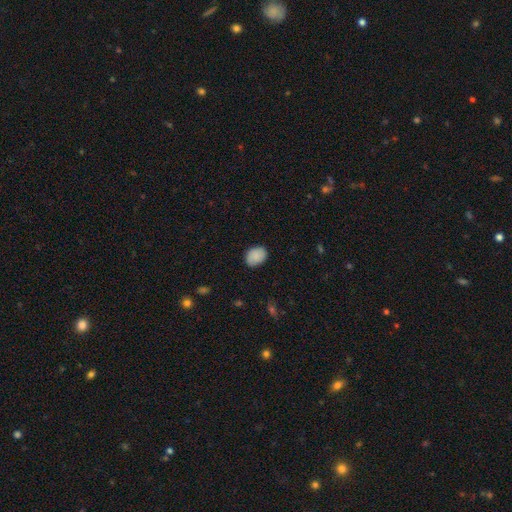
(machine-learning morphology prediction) smooth_or_featured: smooth (p=0.83) [alt: featured or disk p=0.09]
how_rounded: in between (p=0.63) [alt: round p=0.36]
merging: none (p=0.81) [alt: minor disturbance p=0.15]